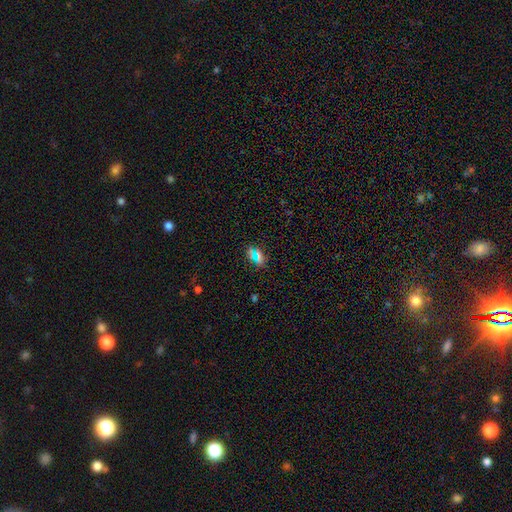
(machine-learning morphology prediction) Smooth or featured: smooth — 56% (star or artifact — 35%)
How rounded: in between — 62% (round — 27%)
Merging: none — 77% (minor disturbance — 12%)